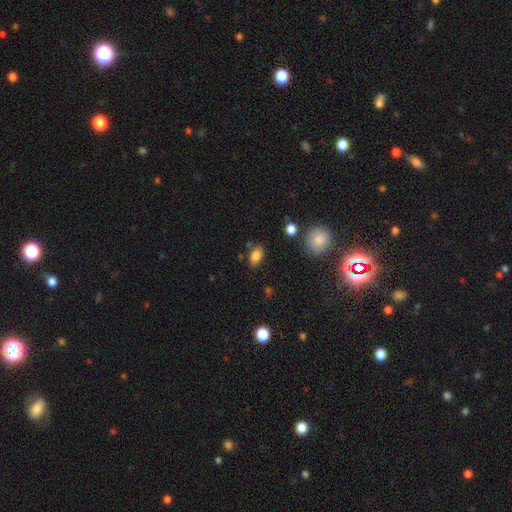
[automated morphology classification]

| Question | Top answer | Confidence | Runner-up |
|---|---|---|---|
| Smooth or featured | smooth | 84% | star or artifact (10%) |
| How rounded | in between | 86% | round (11%) |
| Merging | none | 80% | minor disturbance (14%) |